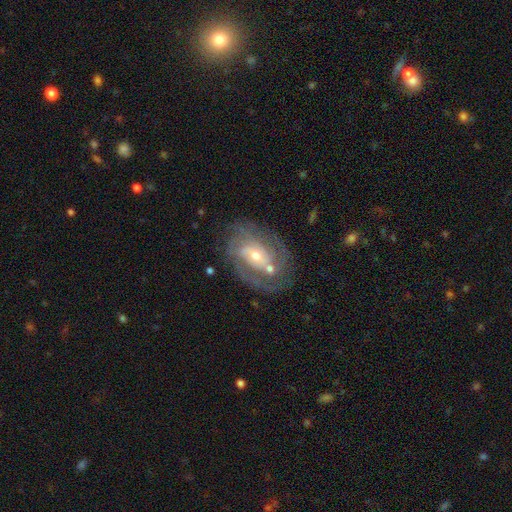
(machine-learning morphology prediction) type=featured or disk (82%); edge-on=no (96%); bar=no (52%); spiral arms=yes (90%); winding=tight (55%); arm count=2 (34%); bulge=small (48%); merging=none (65%).